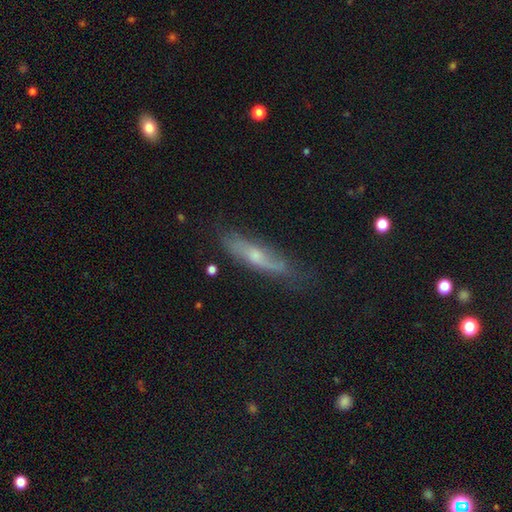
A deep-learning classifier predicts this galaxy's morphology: A featured or disk galaxy (53%) viewed edge-on (63%). Merging: none (68%).